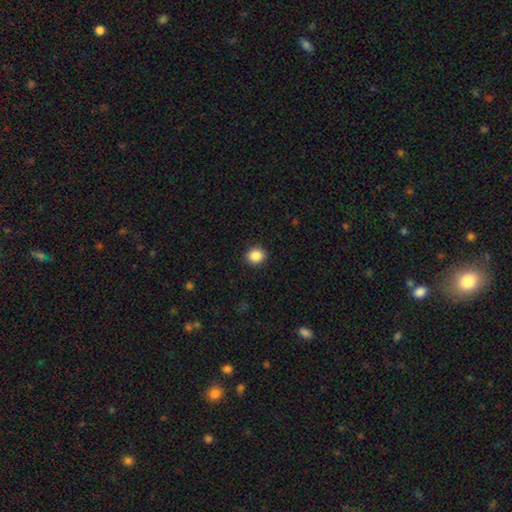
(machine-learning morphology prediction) smooth-or-featured: smooth: 87% | star or artifact: 9% | featured or disk: 3%
  how-rounded: round: 78% | in between: 21% | cigar-shaped: 1%
  merging: none: 91% | minor disturbance: 6% | major disturbance: 2% | merger: 1%